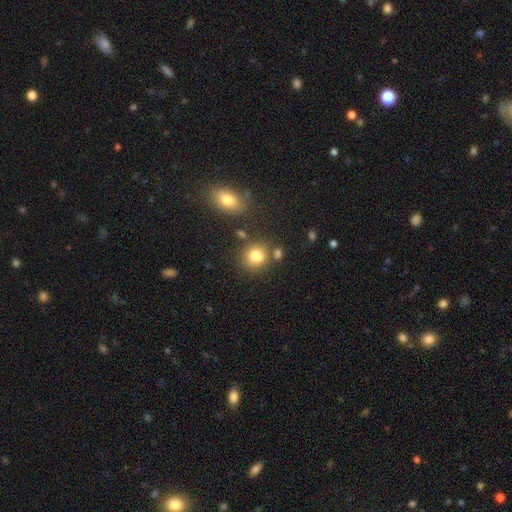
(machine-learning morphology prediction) The model was most divided on "how rounded": round: 75%, in between: 24%, cigar-shaped: 1%. More confident: smooth or featured — smooth (81%); merging — none (69%).